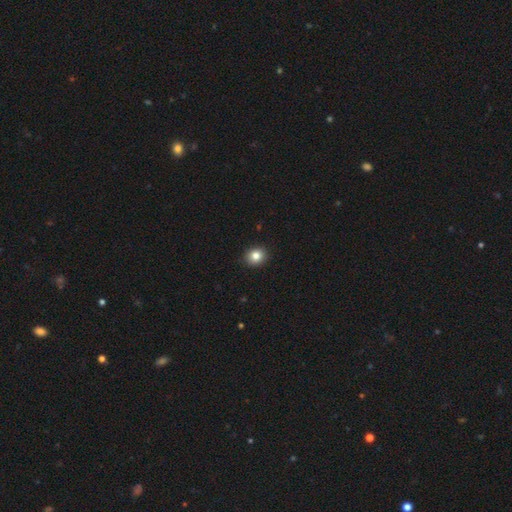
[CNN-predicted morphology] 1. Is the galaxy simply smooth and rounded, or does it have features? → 83% smooth, 10% star or artifact, 7% featured or disk.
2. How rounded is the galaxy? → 76% round, 23% in between, 1% cigar-shaped.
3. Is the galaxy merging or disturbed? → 91% none, 6% minor disturbance, 2% major disturbance, 1% merger.